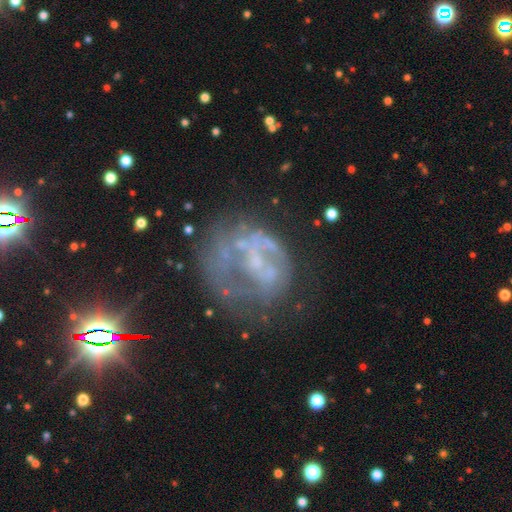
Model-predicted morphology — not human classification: Smooth or featured?
  - featured or disk: 61% *
  - star or artifact: 20%
  - smooth: 18%
Edge-on disk?
  - no: 98% *
  - yes: 2%
Bar?
  - no: 76% *
  - weak: 17%
  - strong: 7%
Spiral arms?
  - no: 71% *
  - yes: 29%
Bulge size?
  - none: 61% *
  - small: 26%
  - moderate: 10%
  - large: 2%
  - dominant: 1%
Merging?
  - none: 42% *
  - major disturbance: 32%
  - minor disturbance: 20%
  - merger: 6%